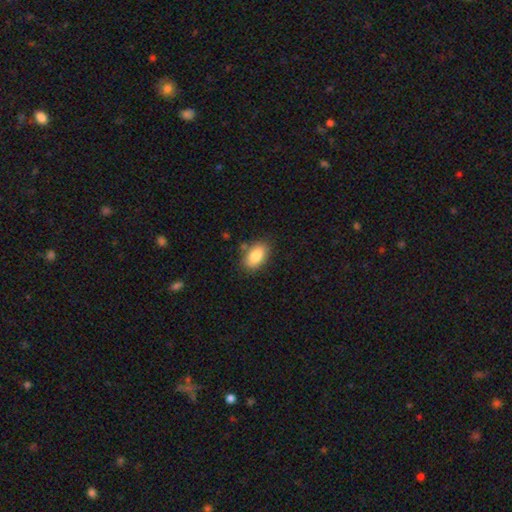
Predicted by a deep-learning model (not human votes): Smooth or featured: smooth — 85% (featured or disk — 8%)
How rounded: in between — 92% (round — 6%)
Merging: none — 81% (minor disturbance — 13%)